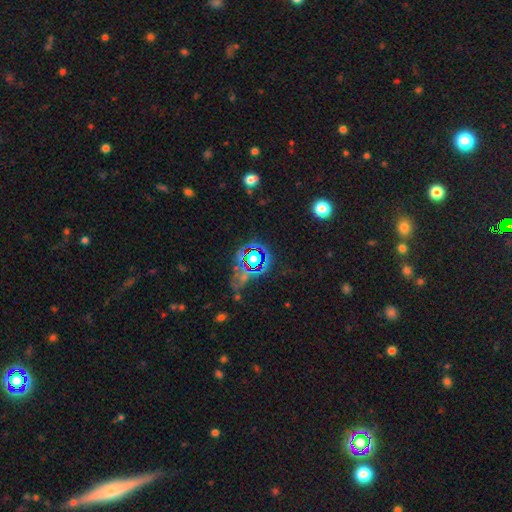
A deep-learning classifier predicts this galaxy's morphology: Smooth or featured? star or artifact (62%)